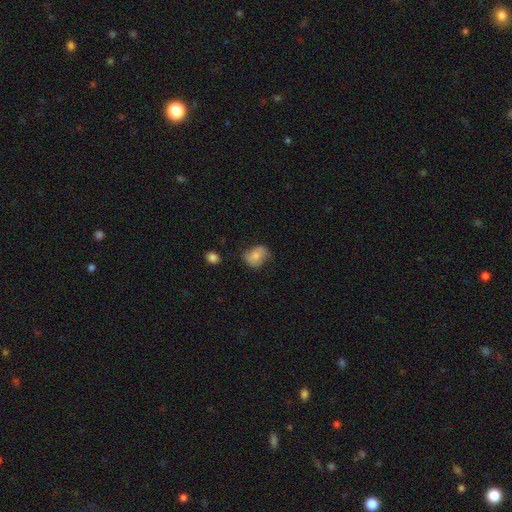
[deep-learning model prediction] The model was most divided on "how rounded": in between: 59%, round: 40%, cigar-shaped: 1%. More confident: smooth or featured — smooth (71%); merging — none (58%).